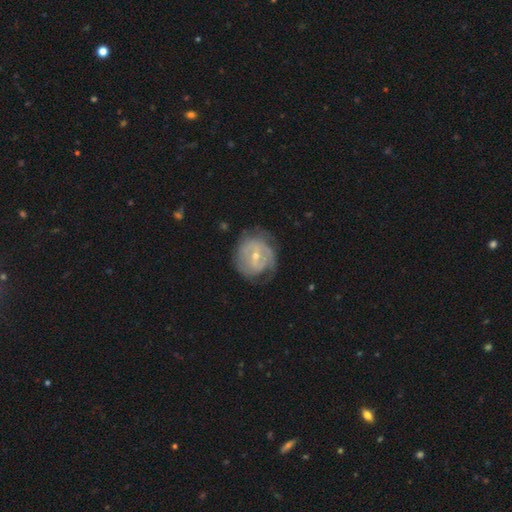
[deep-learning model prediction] Smooth or featured? Predicted: featured or disk (p=0.69). Edge-on disk? Predicted: no (p=0.96). Bar? Predicted: weak (p=0.49). Spiral arms? Predicted: yes (p=0.70). Bulge size? Predicted: small (p=0.58). Merging? Predicted: none (p=0.61).